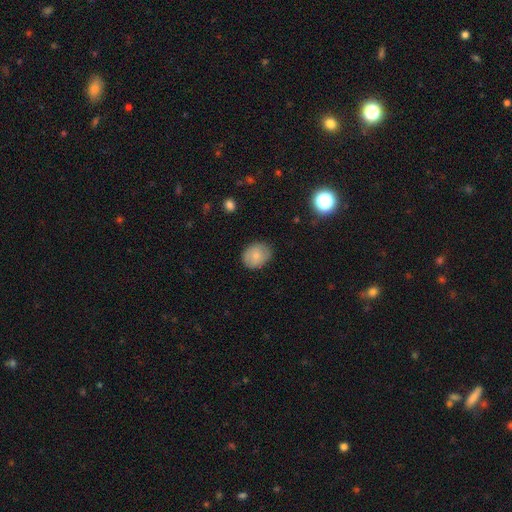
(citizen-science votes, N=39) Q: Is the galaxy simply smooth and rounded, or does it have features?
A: smooth — 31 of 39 (79%).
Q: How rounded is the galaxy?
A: round — 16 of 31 (52%).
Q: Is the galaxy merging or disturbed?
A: none — 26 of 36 (72%).